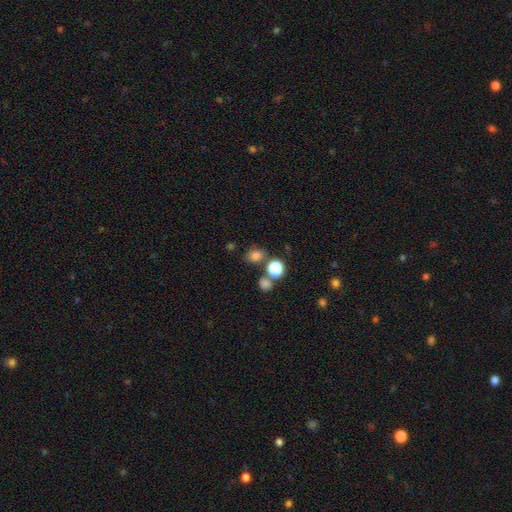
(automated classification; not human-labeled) Smooth or featured: smooth — 75% (star or artifact — 18%)
How rounded: round — 51% (in between — 48%)
Merging: none — 68% (merger — 14%)